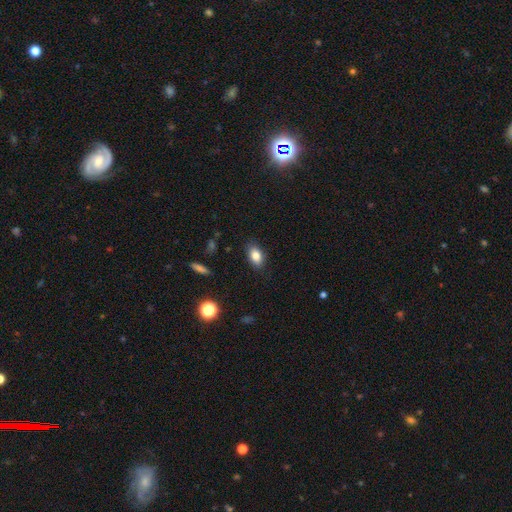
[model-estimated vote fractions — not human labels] Smooth or featured?
  - smooth: 83% *
  - star or artifact: 9%
  - featured or disk: 8%
How rounded?
  - in between: 88% *
  - round: 10%
  - cigar-shaped: 3%
Merging?
  - none: 85% *
  - minor disturbance: 11%
  - major disturbance: 3%
  - merger: 1%